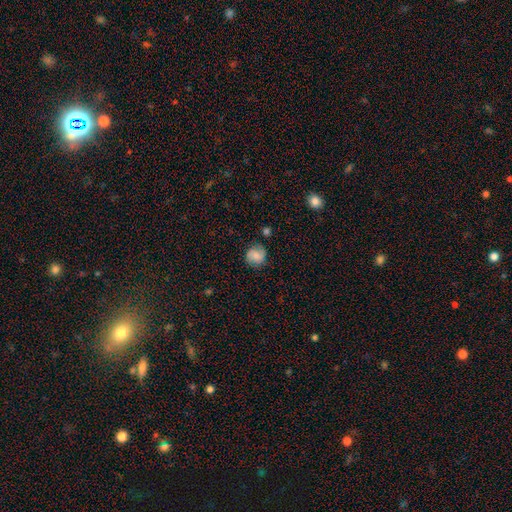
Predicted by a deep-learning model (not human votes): Q: Smooth or featured?
A: smooth (66%); runner-up: featured or disk (24%)
Q: How rounded?
A: round (86%); runner-up: in between (13%)
Q: Merging?
A: none (77%); runner-up: minor disturbance (17%)